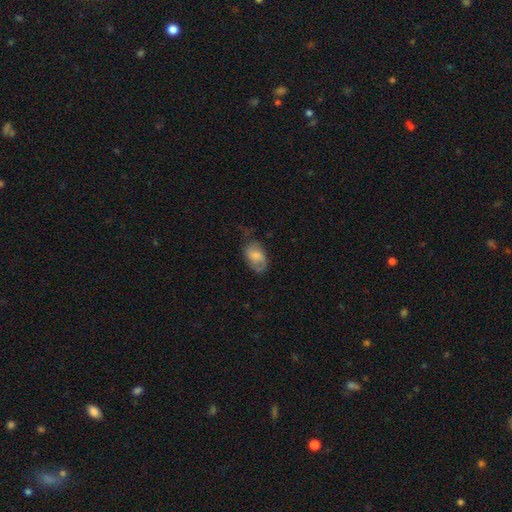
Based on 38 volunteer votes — smooth_or_featured: smooth (p=0.47) [alt: featured or disk p=0.42]
how_rounded: in between (p=0.83) [alt: round p=0.11]
merging: none (p=0.65) [alt: minor disturbance p=0.29]